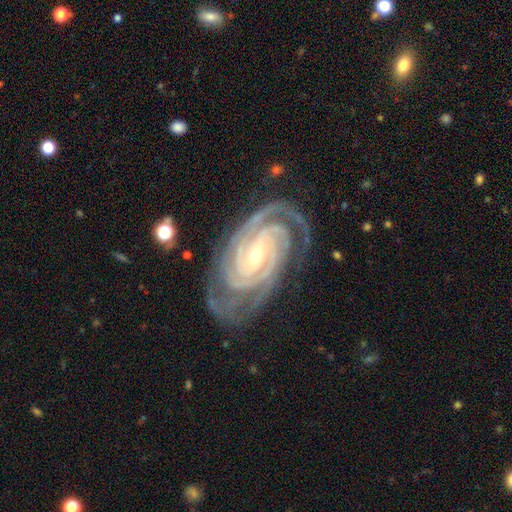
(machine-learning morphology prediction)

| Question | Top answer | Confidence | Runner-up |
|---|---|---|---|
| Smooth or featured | featured or disk | 94% | star or artifact (4%) |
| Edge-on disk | no | 97% | yes (3%) |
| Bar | no | 37% | weak (35%) |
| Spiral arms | yes | 99% | no (1%) |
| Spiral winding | tight | 82% | medium (16%) |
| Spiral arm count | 3 | 31% | 2 (24%) |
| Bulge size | small | 71% | moderate (26%) |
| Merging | none | 78% | minor disturbance (16%) |